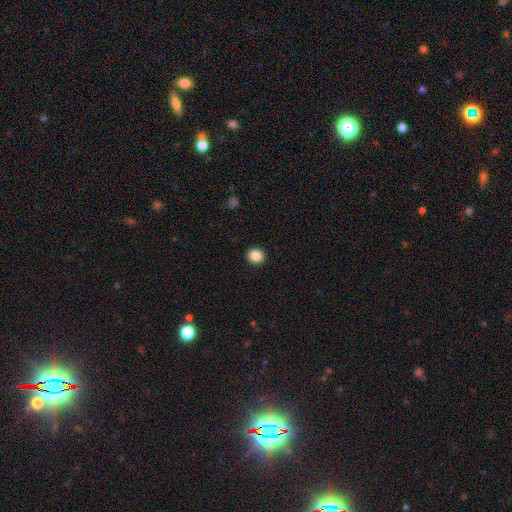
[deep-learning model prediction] A smooth galaxy with no disk features (87%) that is round (83%). Merging: none (92%).